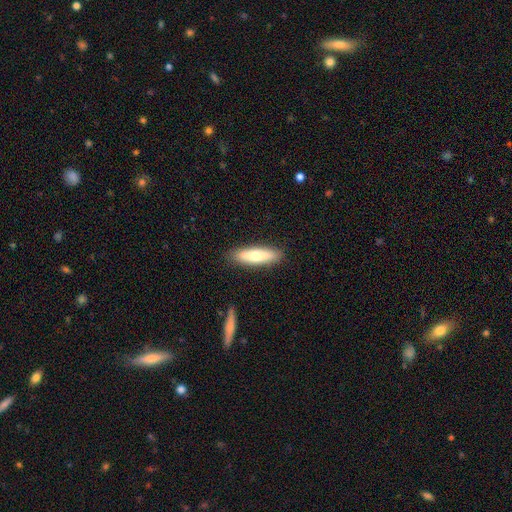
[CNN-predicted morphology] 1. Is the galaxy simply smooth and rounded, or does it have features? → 68% smooth, 26% featured or disk, 6% star or artifact.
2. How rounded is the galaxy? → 59% cigar-shaped, 39% in between, 2% round.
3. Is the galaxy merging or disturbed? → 88% none, 9% minor disturbance, 2% major disturbance, 1% merger.